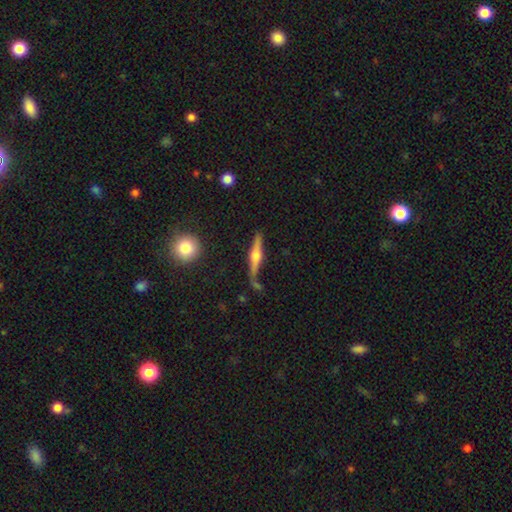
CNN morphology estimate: This appears to be a featured or disk galaxy (71%) viewed edge-on (96%) with a rounded central bulge (91%). Merging: none (75%).